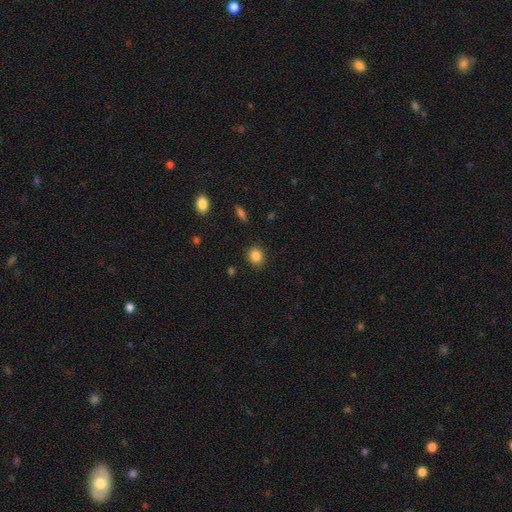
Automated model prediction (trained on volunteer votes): smooth-or-featured: smooth: 85% | star or artifact: 10% | featured or disk: 5%
  how-rounded: round: 67% | in between: 32% | cigar-shaped: 1%
  merging: none: 87% | minor disturbance: 9% | major disturbance: 2% | merger: 1%